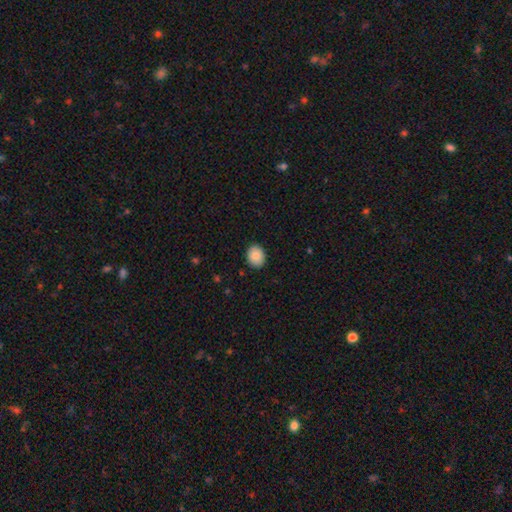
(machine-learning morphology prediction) smooth 85%, featured or disk 7%, star or artifact 7%. Down the decision tree: how rounded — round (54%); merging — none (89%).